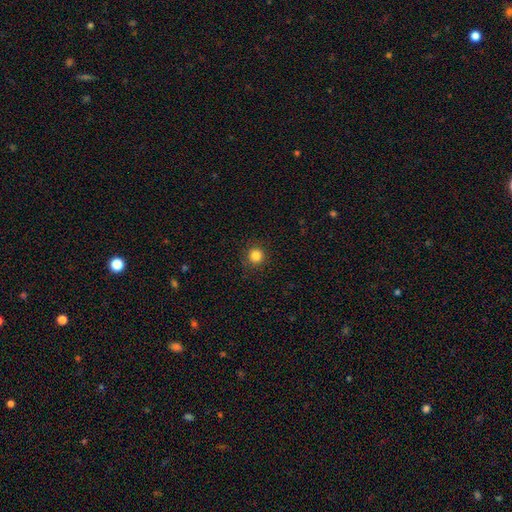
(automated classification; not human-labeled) This is clearly a smooth galaxy (84%). How rounded: clearly round (94%). Merging: clearly none (89%).